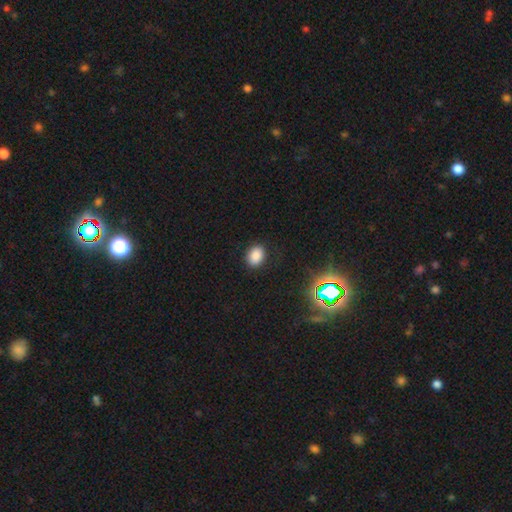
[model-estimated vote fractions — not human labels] This appears to be a smooth galaxy with no disk features (85%) that is in between round and cigar-shaped (64%). Merging: none (85%).